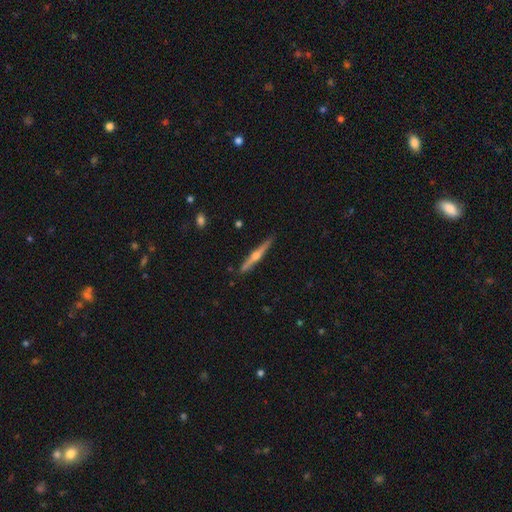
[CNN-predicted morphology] The model was most divided on "smooth or featured": featured or disk: 69%, smooth: 25%, star or artifact: 6%. More confident: edge-on disk — yes (98%); edge-on bulge — rounded (89%); merging — none (88%).